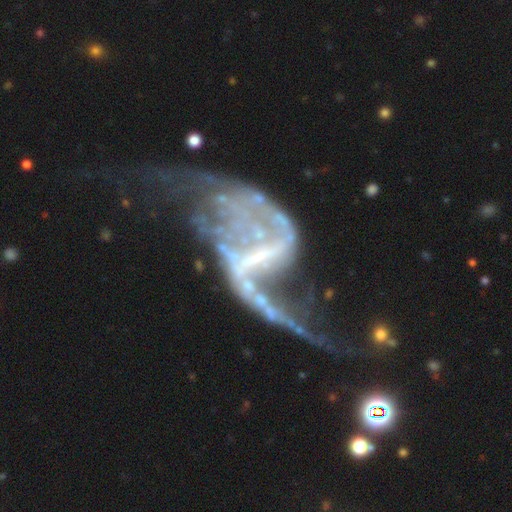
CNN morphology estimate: smooth_or_featured: featured or disk (p=0.85) [alt: star or artifact p=0.09]
disk_edge_on: no (p=0.97) [alt: yes p=0.03]
bar: strong (p=0.42) [alt: weak p=0.33]
has_spiral_arms: yes (p=0.75) [alt: no p=0.25]
spiral_winding: loose (p=0.88) [alt: medium p=0.09]
spiral_arm_count: 2 (p=0.74) [alt: 1 p=0.11]
bulge_size: none (p=0.61) [alt: small p=0.27]
merging: major disturbance (p=0.51) [alt: merger p=0.19]